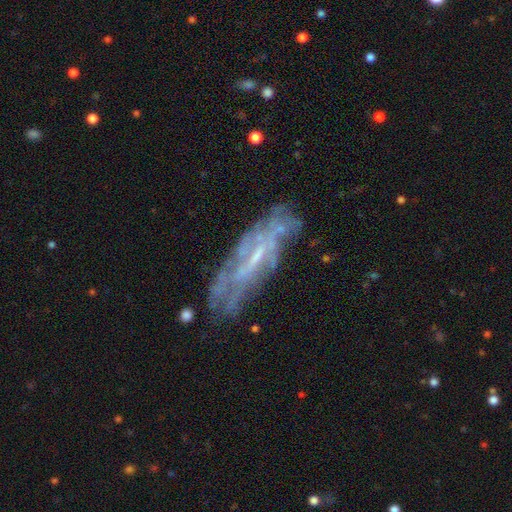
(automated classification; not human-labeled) Smooth or featured? Predicted: featured or disk (p=0.74). Edge-on disk? Predicted: no (p=0.72). Bar? Predicted: weak (p=0.42). Spiral arms? Predicted: yes (p=0.64). Bulge size? Predicted: small (p=0.56). Merging? Predicted: none (p=0.65).